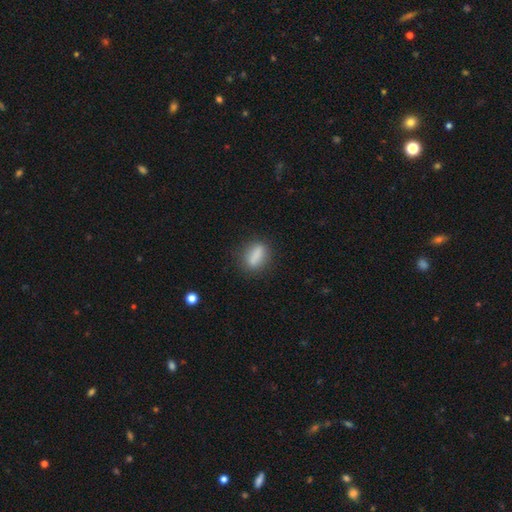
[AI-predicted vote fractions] A smooth galaxy with no disk features (78%) that is in between round and cigar-shaped (55%).

Vote fractions:
- Smooth or featured? smooth: 78% / featured or disk: 13% / star or artifact: 9%
- How rounded? in between: 55% / cigar-shaped: 32% / round: 12%
- Merging? none: 81% / minor disturbance: 12% / major disturbance: 5% / merger: 2%